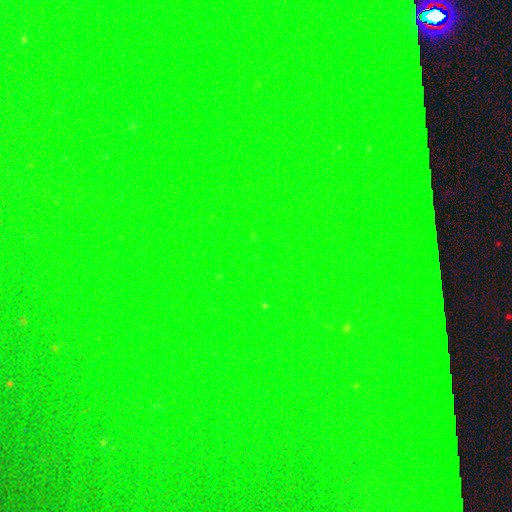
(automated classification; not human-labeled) smooth-or-featured: star or artifact: 79% | smooth: 12% | featured or disk: 9%